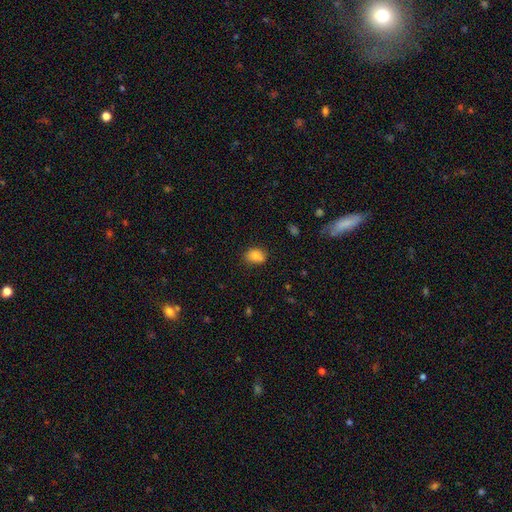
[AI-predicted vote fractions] A smooth galaxy with no disk features (80%) that is in between round and cigar-shaped (65%).

Vote fractions:
- Smooth or featured? smooth: 80% / star or artifact: 10% / featured or disk: 10%
- How rounded? in between: 65% / round: 34% / cigar-shaped: 1%
- Merging? none: 69% / minor disturbance: 22% / merger: 5% / major disturbance: 4%